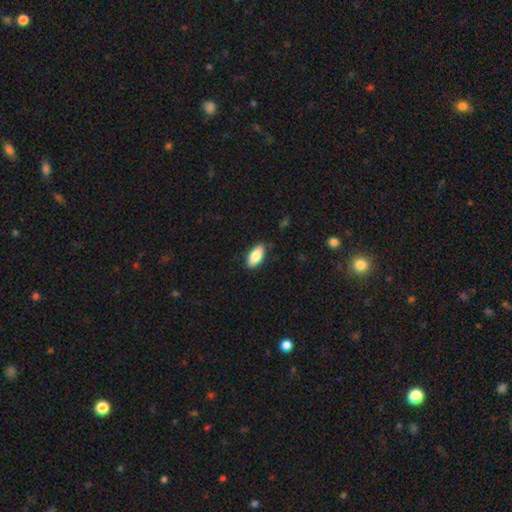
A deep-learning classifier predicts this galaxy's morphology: This is clearly a smooth galaxy (83%). How rounded: clearly in between (86%). Merging: clearly none (86%).